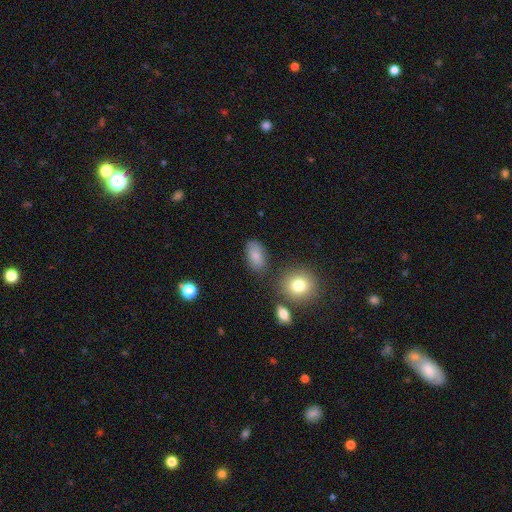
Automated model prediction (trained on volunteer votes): Morphology: type=smooth (83%); roundness=in between (90%); merging=none (76%).